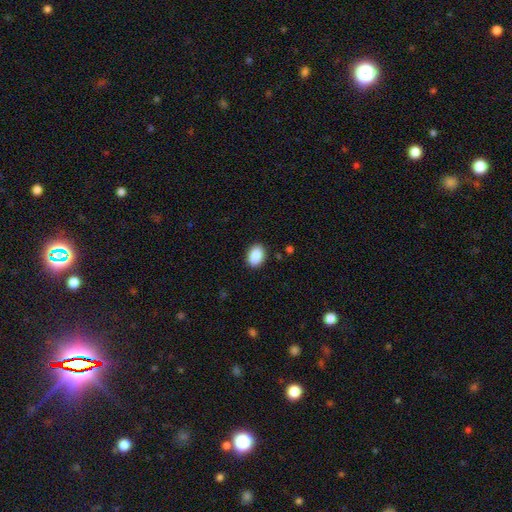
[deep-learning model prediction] A smooth galaxy with no disk features (89%) that is in between round and cigar-shaped (78%).

Vote fractions:
- Smooth or featured? smooth: 89% / star or artifact: 7% / featured or disk: 4%
- How rounded? in between: 78% / round: 20% / cigar-shaped: 1%
- Merging? none: 89% / minor disturbance: 8% / major disturbance: 2% / merger: 1%